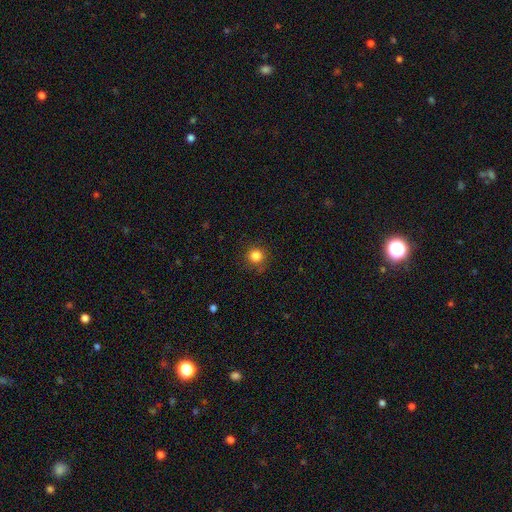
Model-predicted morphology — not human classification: smooth_or_featured: smooth (p=0.83) [alt: star or artifact p=0.12]
how_rounded: round (p=0.94) [alt: in between p=0.05]
merging: none (p=0.85) [alt: minor disturbance p=0.10]